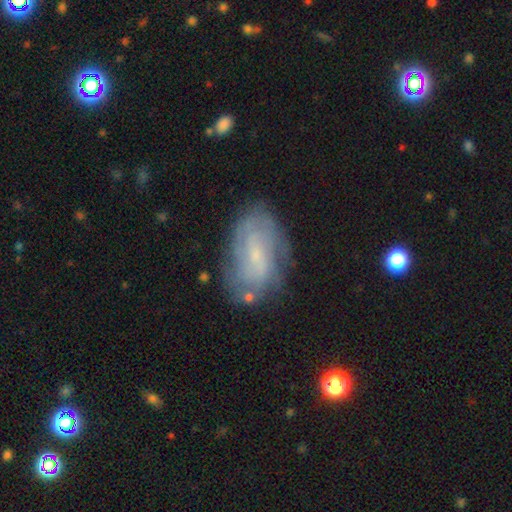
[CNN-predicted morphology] type=featured or disk (68%); edge-on=no (96%); bar=weak (46%); spiral arms=yes (85%); winding=tight (51%); arm count=can't tell (46%); bulge=small (69%); merging=none (71%).